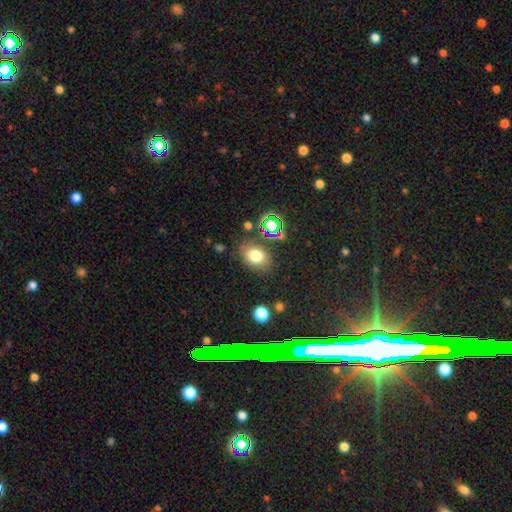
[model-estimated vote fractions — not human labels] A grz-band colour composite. It shows a smooth galaxy with no disk features (72%) that is in between round and cigar-shaped (70%). Merging: none (75%).